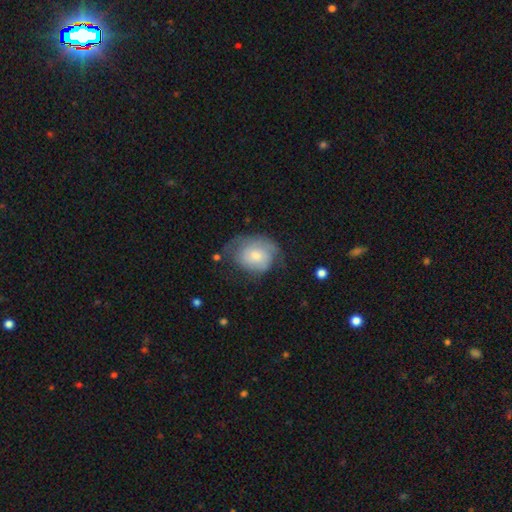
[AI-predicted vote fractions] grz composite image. It shows a smooth galaxy with no disk features (60%) that is round (51%). Merging: none (37%).